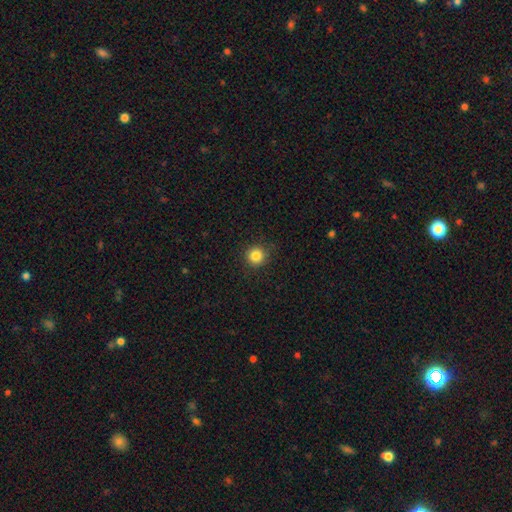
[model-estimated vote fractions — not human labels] Q: Smooth or featured?
A: smooth (84%); runner-up: star or artifact (11%)
Q: How rounded?
A: round (93%); runner-up: in between (6%)
Q: Merging?
A: none (89%); runner-up: minor disturbance (8%)